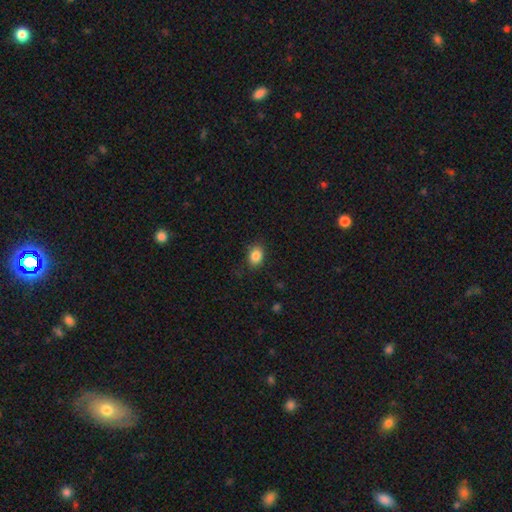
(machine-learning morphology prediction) Overall: smooth (86%). How rounded: in between (68%; round 30%). Merging: none (84%).